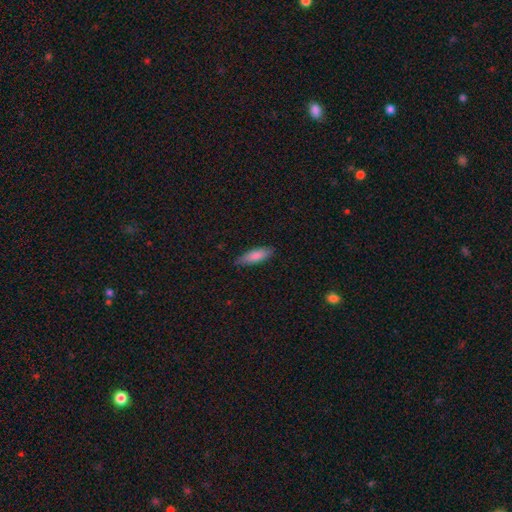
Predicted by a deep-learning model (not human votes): Smooth or featured?
  - smooth: 83% *
  - featured or disk: 11%
  - star or artifact: 6%
How rounded?
  - in between: 52% *
  - cigar-shaped: 46%
  - round: 2%
Merging?
  - none: 83% *
  - minor disturbance: 14%
  - major disturbance: 2%
  - merger: 1%